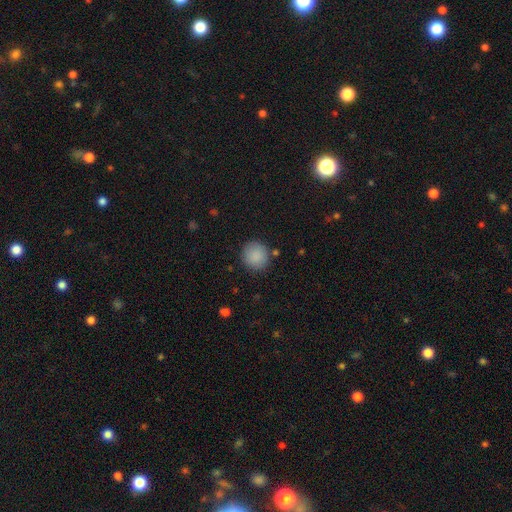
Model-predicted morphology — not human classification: smooth_or_featured: smooth (p=0.88) [alt: star or artifact p=0.07]
how_rounded: round (p=0.92) [alt: in between p=0.07]
merging: none (p=0.87) [alt: minor disturbance p=0.08]